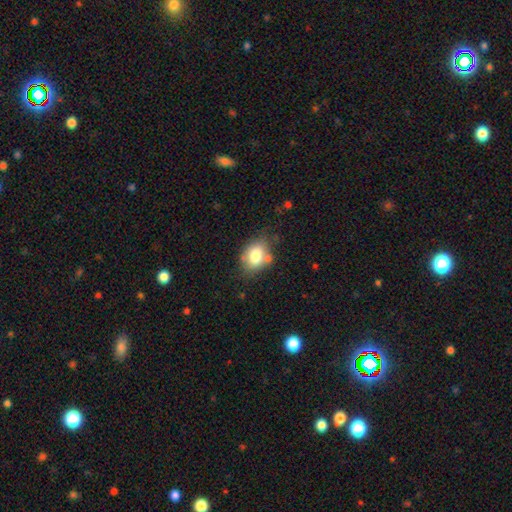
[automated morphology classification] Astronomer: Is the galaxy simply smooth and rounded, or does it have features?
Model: smooth — 77%.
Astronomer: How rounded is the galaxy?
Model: in between — 61% (runner-up: round, 38%).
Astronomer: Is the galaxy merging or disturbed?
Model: none — 64%.